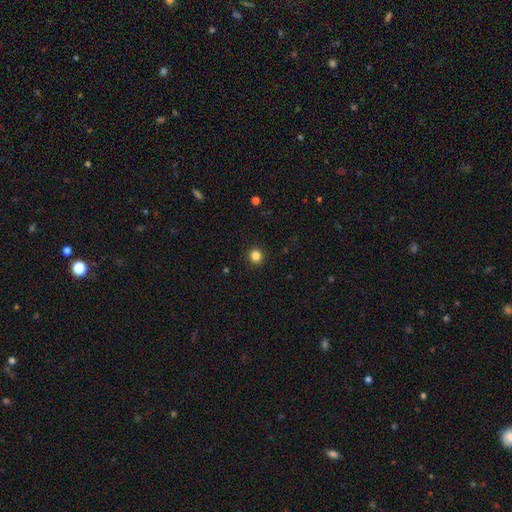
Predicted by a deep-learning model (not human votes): smooth-or-featured: smooth: 85% | star or artifact: 11% | featured or disk: 4%
  how-rounded: round: 90% | in between: 9% | cigar-shaped: 1%
  merging: none: 92% | minor disturbance: 5% | major disturbance: 2% | merger: 1%